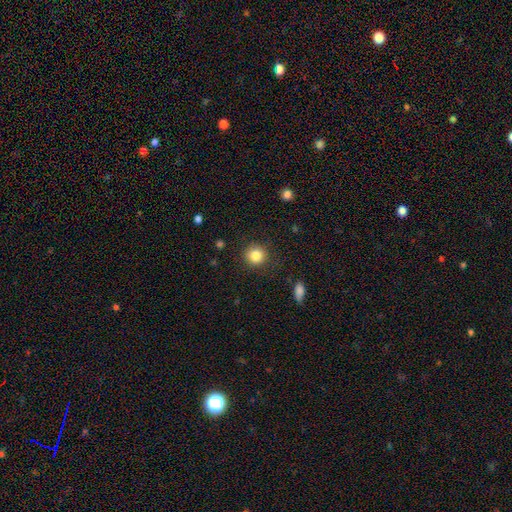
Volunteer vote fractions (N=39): Volunteers were most divided on "smooth or featured": smooth: 79%, star or artifact: 13%, featured or disk: 8%. More confident: how rounded — round (100%); merging — none (94%).